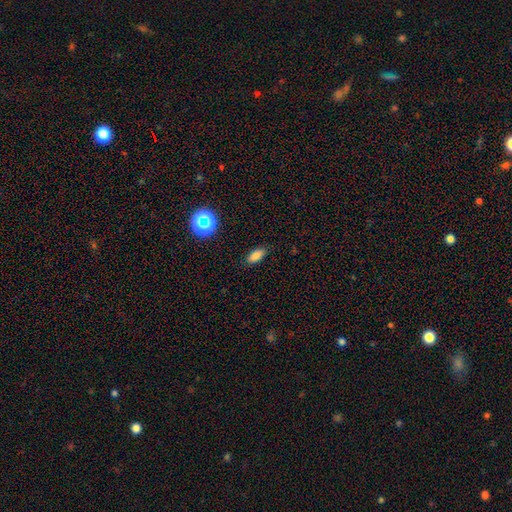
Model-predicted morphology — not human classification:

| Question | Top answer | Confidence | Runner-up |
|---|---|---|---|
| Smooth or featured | smooth | 79% | star or artifact (13%) |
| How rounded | in between | 84% | cigar-shaped (12%) |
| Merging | none | 87% | minor disturbance (10%) |